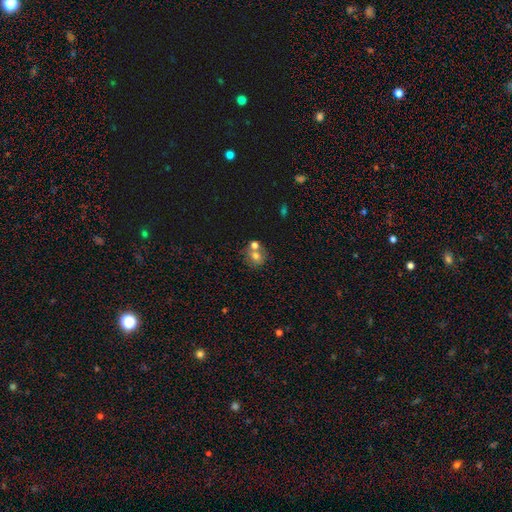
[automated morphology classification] Overall: smooth (69%). How rounded: round (78%). Merging: none (50%; merger 35%).